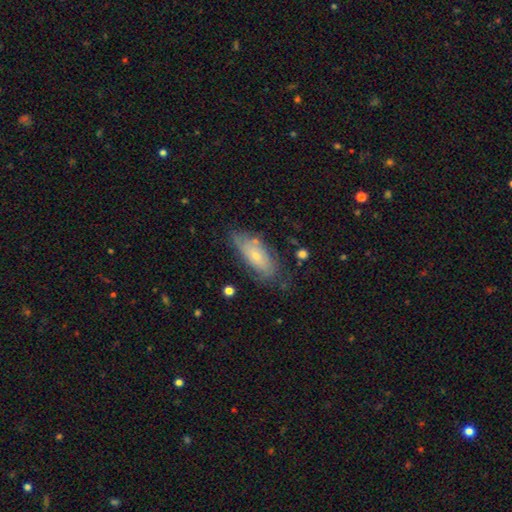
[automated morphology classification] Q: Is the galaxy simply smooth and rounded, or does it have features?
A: smooth — 54%.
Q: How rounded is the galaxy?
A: in between — 78%.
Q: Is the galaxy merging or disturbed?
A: none — 61%.